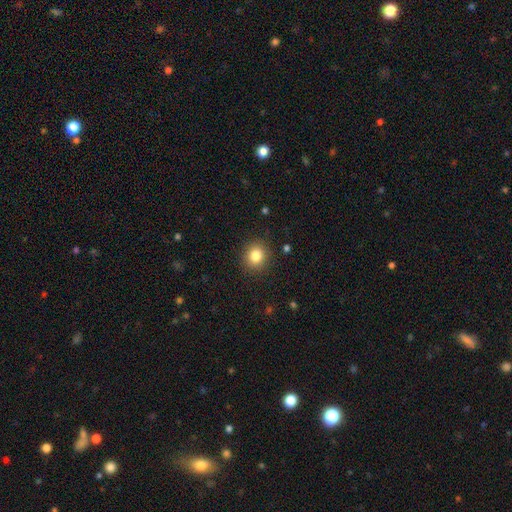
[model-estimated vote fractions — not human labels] The model was most divided on "how rounded": round: 81%, in between: 18%, cigar-shaped: 1%. More confident: merging — none (90%); smooth or featured — smooth (83%).